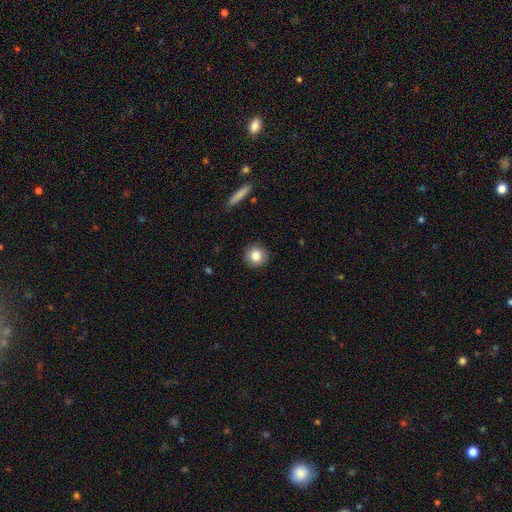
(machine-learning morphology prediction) Overall: smooth (83%). How rounded: round (94%). Merging: none (92%).